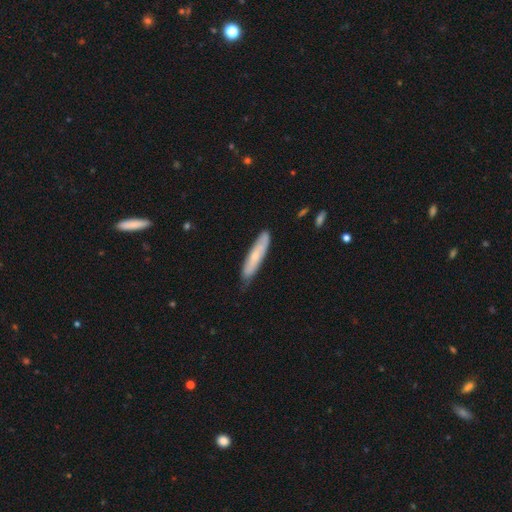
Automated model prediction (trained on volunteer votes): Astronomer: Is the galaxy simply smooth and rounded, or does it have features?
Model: smooth — 59%.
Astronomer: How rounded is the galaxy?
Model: cigar-shaped — 84%.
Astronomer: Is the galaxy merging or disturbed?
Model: none — 74%.